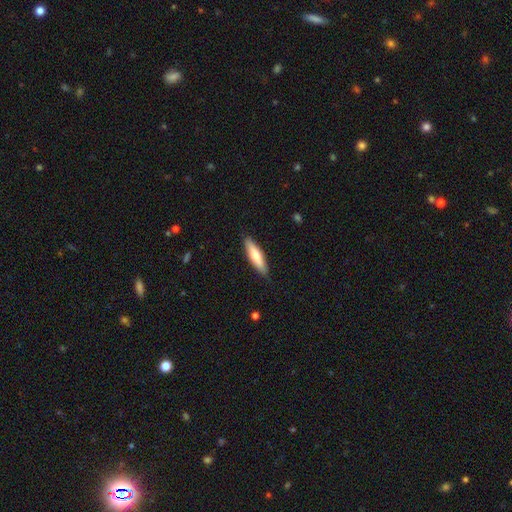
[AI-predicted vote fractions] Smooth or featured: smooth — 67% (featured or disk — 27%)
How rounded: cigar-shaped — 72% (in between — 26%)
Merging: none — 86% (minor disturbance — 11%)